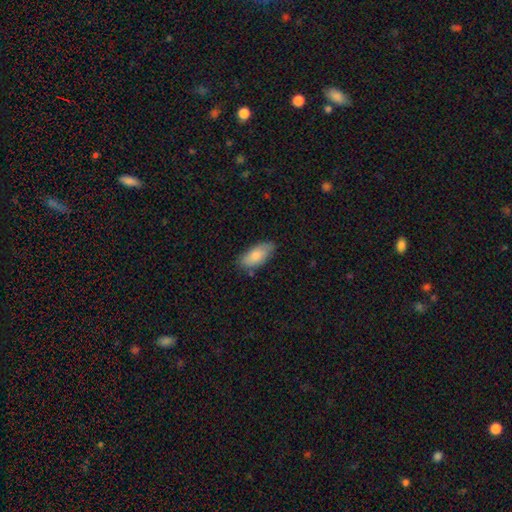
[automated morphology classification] Smooth or featured?
  - smooth: 82% *
  - featured or disk: 12%
  - star or artifact: 6%
How rounded?
  - in between: 89% *
  - cigar-shaped: 9%
  - round: 2%
Merging?
  - none: 75% *
  - minor disturbance: 20%
  - major disturbance: 3%
  - merger: 2%